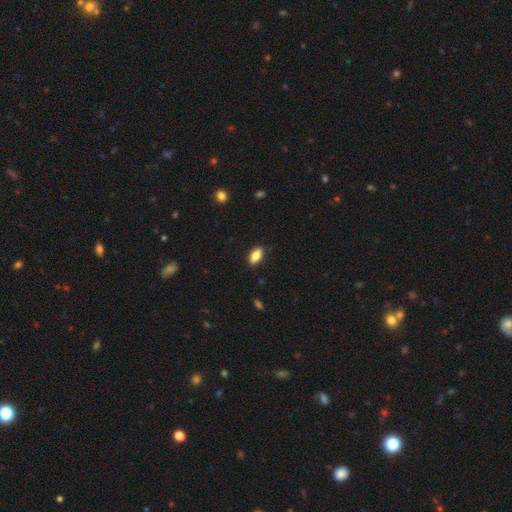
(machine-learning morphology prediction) This appears to be a smooth galaxy with no disk features (84%) that is in between round and cigar-shaped (90%). Merging: none (88%).